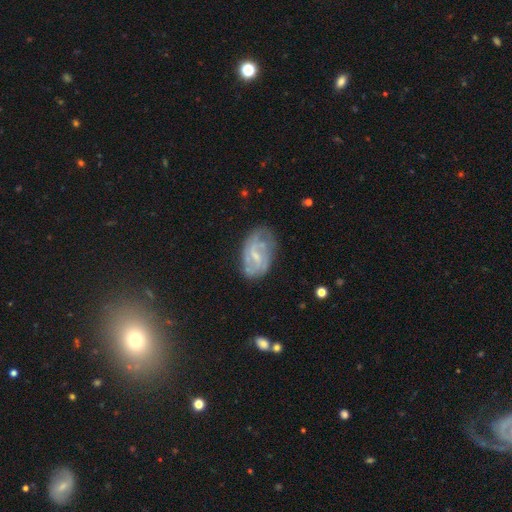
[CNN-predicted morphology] Overall: featured or disk (68%). Edge-on disk: no (96%). Bar: weak (57%; no 26%). Spiral arms: yes (72%). Bulge size: small (50%; moderate 26%). Merging: none (56%; minor disturbance 28%).